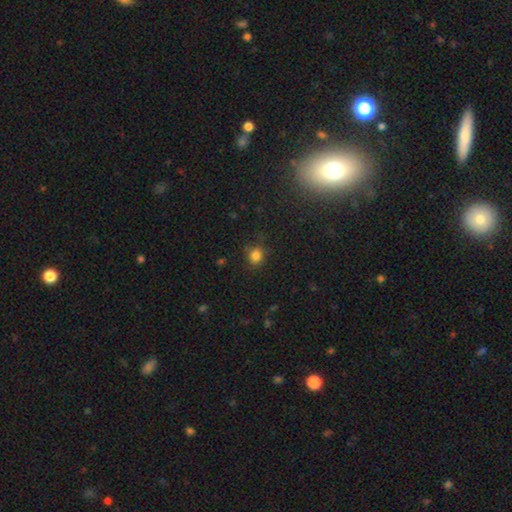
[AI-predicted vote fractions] Smooth or featured? Predicted: smooth (p=0.81). How rounded? Predicted: round (p=0.68). Merging? Predicted: none (p=0.79).